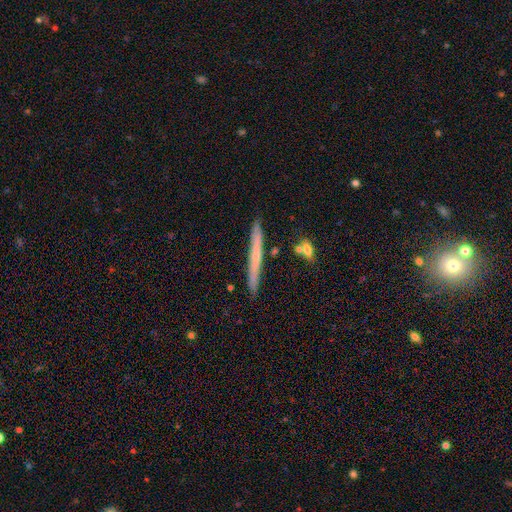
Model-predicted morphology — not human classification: This appears to be a featured or disk galaxy (48%). Merging: none (88%).